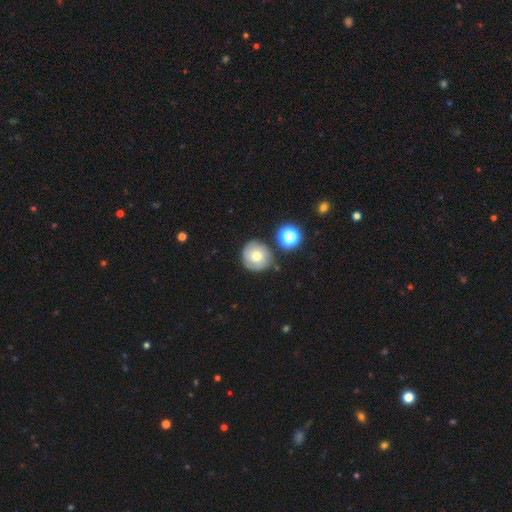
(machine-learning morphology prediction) A smooth galaxy with no disk features (48%).

Vote fractions:
- Smooth or featured? smooth: 48% / featured or disk: 40% / star or artifact: 11%
- Merging? none: 73% / minor disturbance: 16% / merger: 7% / major disturbance: 5%